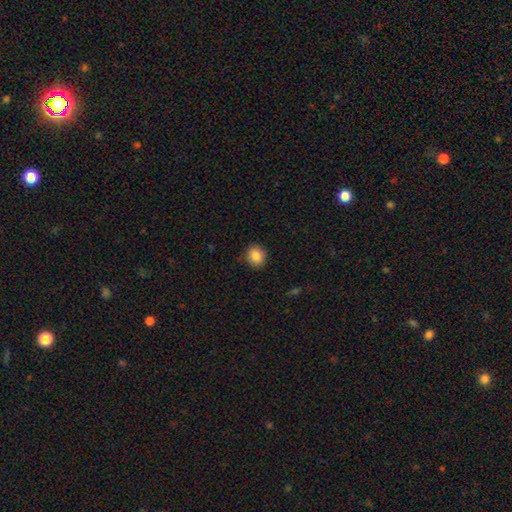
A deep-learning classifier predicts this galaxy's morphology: type=smooth (86%); roundness=round (79%); merging=none (89%).